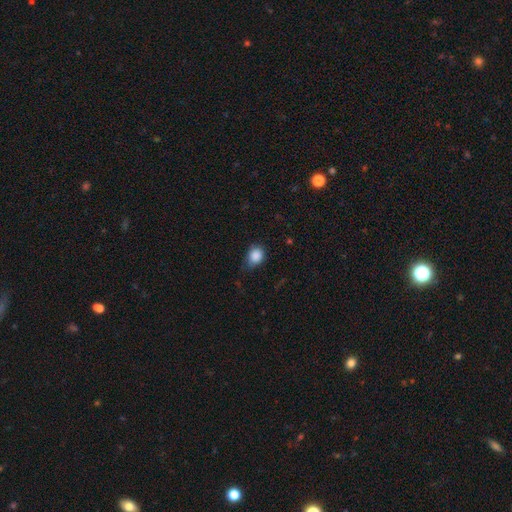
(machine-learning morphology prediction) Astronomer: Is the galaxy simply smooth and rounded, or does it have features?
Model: smooth — 87%.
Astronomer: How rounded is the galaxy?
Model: round — 60% (runner-up: in between, 39%).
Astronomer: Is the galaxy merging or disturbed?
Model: none — 60%.